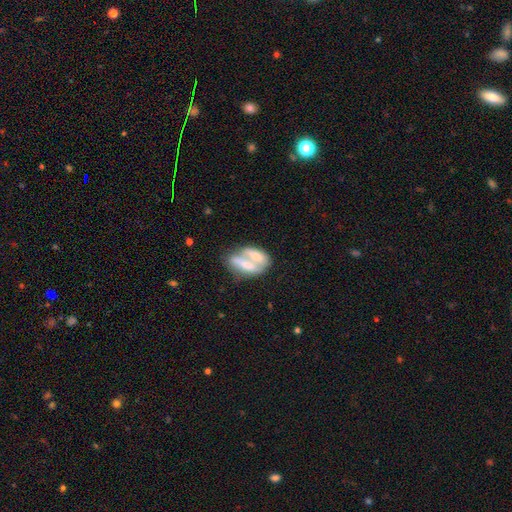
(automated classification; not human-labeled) Smooth or featured: smooth — 51% (featured or disk — 42%)
How rounded: in between — 77% (cigar-shaped — 15%)
Merging: merger — 60% (none — 20%)